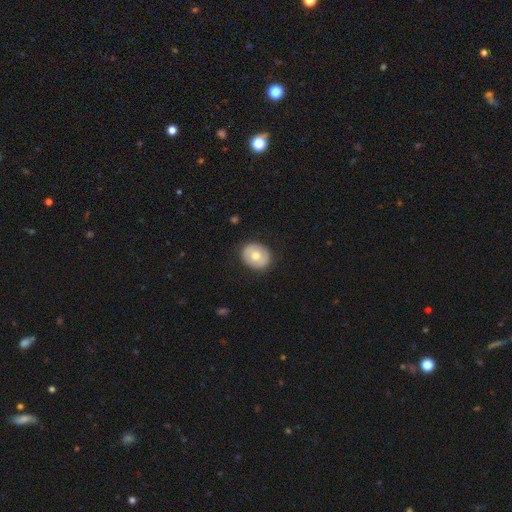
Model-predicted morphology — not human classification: Smooth or featured? Predicted: smooth (p=0.63). How rounded? Predicted: round (p=0.72). Merging? Predicted: none (p=0.88).